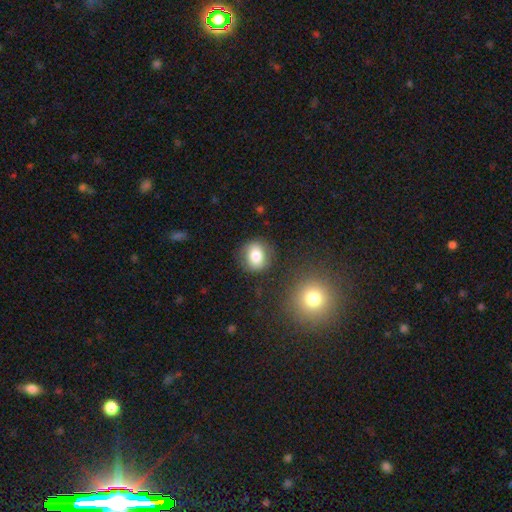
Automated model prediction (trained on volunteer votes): The model was most divided on "how rounded": round: 62%, in between: 36%, cigar-shaped: 1%. More confident: smooth or featured — smooth (80%); merging — none (80%).